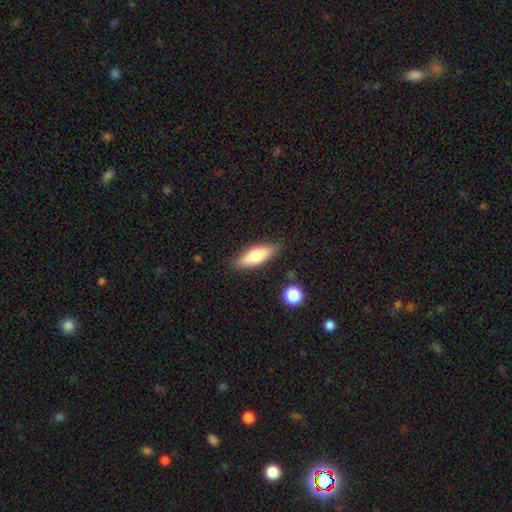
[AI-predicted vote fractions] Smooth or featured?
  - smooth: 67% *
  - featured or disk: 27%
  - star or artifact: 6%
How rounded?
  - in between: 60% *
  - cigar-shaped: 37%
  - round: 3%
Merging?
  - none: 85% *
  - minor disturbance: 10%
  - major disturbance: 2%
  - merger: 2%